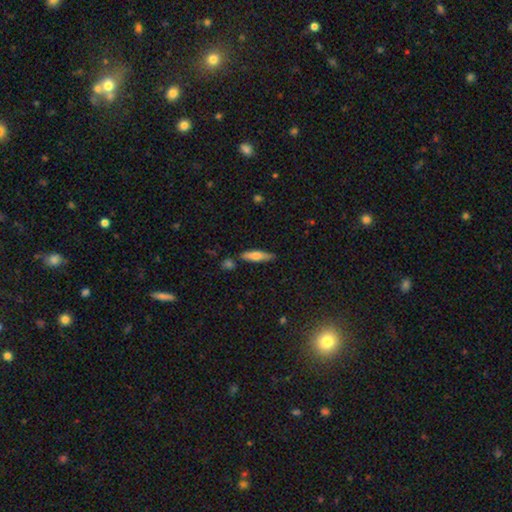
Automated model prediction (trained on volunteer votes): This is likely a smooth galaxy (63%). How rounded: likely cigar-shaped (70%). Merging: likely none (79%).